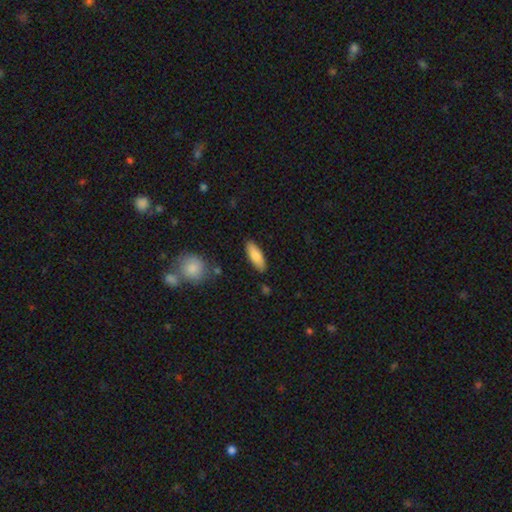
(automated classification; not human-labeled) Smooth or featured: smooth — 84% (featured or disk — 10%)
How rounded: in between — 66% (cigar-shaped — 33%)
Merging: none — 85% (minor disturbance — 11%)